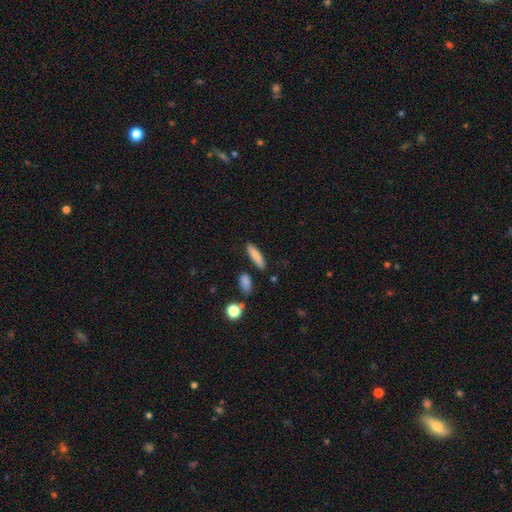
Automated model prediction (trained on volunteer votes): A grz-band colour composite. It shows a smooth galaxy with no disk features (83%) that is cigar-shaped (70%). Merging: none (84%).